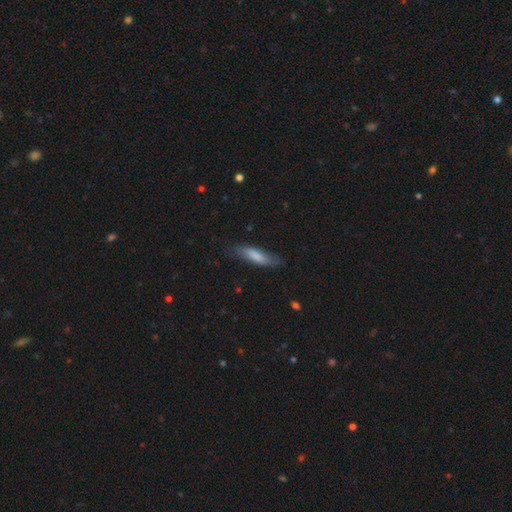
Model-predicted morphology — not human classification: smooth 75%, featured or disk 19%, star or artifact 6%. Down the decision tree: how rounded — cigar-shaped (63%); merging — none (70%).